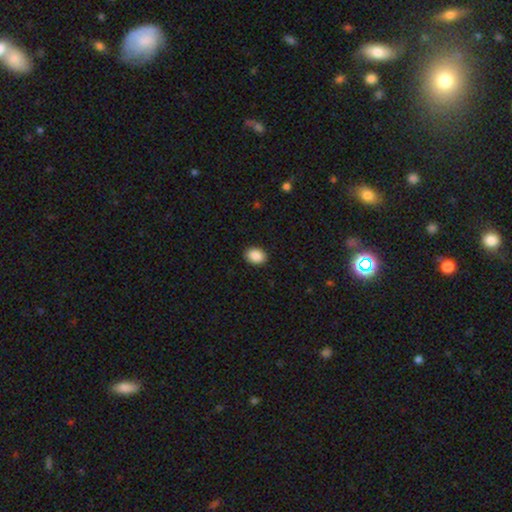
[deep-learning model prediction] smooth_or_featured: smooth (p=0.90) [alt: star or artifact p=0.08]
how_rounded: in between (p=0.67) [alt: round p=0.32]
merging: none (p=0.90) [alt: minor disturbance p=0.07]